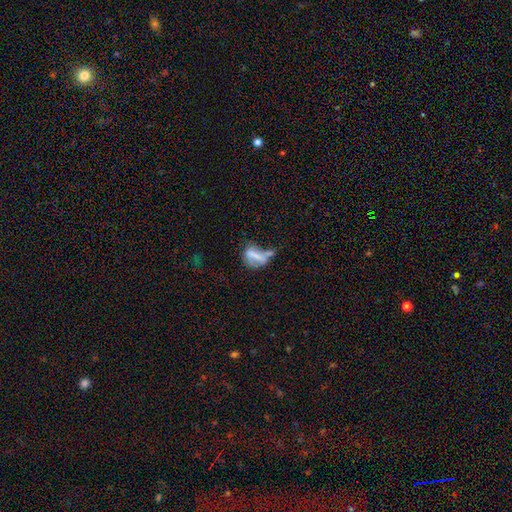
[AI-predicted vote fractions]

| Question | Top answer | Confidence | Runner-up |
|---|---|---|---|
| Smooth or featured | smooth | 51% | featured or disk (36%) |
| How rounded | in between | 64% | cigar-shaped (23%) |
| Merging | major disturbance | 30% | merger (26%) |